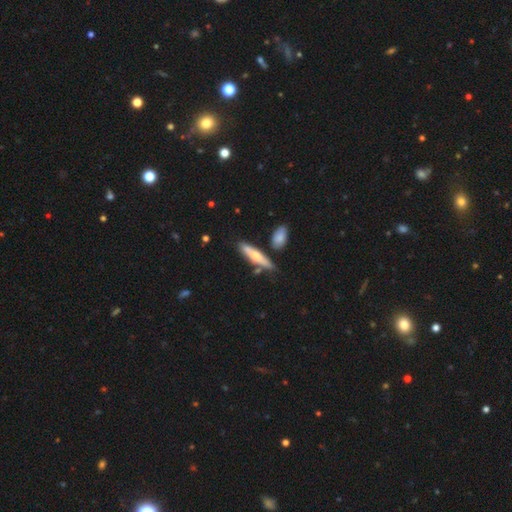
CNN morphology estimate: smooth_or_featured: smooth (p=0.50) [alt: featured or disk p=0.44]
how_rounded: cigar-shaped (p=0.73) [alt: in between p=0.25]
merging: none (p=0.70) [alt: minor disturbance p=0.16]